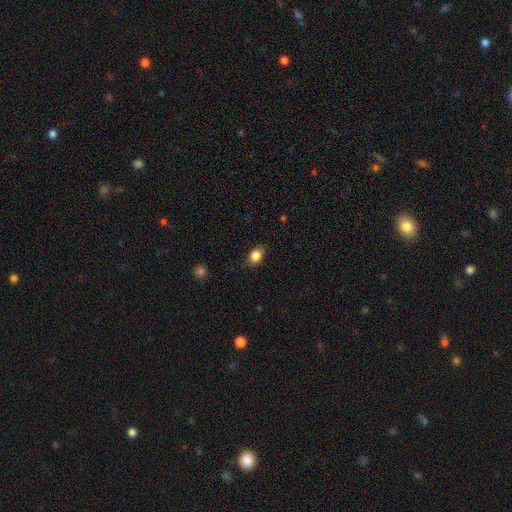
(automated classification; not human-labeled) A smooth galaxy with no disk features (84%) that is in between round and cigar-shaped (75%).

Vote fractions:
- Smooth or featured? smooth: 84% / star or artifact: 9% / featured or disk: 7%
- How rounded? in between: 75% / round: 23% / cigar-shaped: 2%
- Merging? none: 81% / minor disturbance: 15% / major disturbance: 3% / merger: 1%